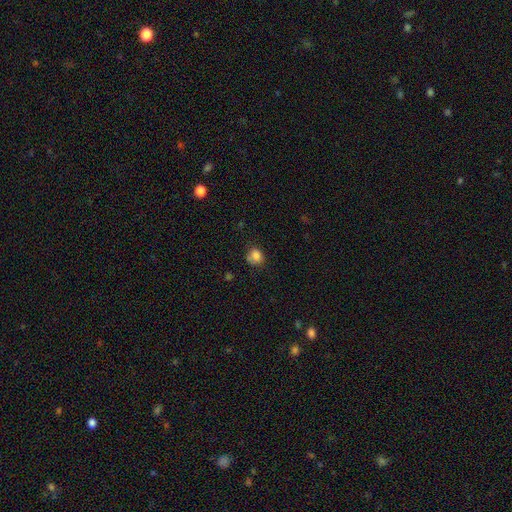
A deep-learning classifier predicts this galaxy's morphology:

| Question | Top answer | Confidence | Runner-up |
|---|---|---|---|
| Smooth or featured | smooth | 83% | star or artifact (11%) |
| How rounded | round | 71% | in between (28%) |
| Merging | none | 66% | minor disturbance (24%) |